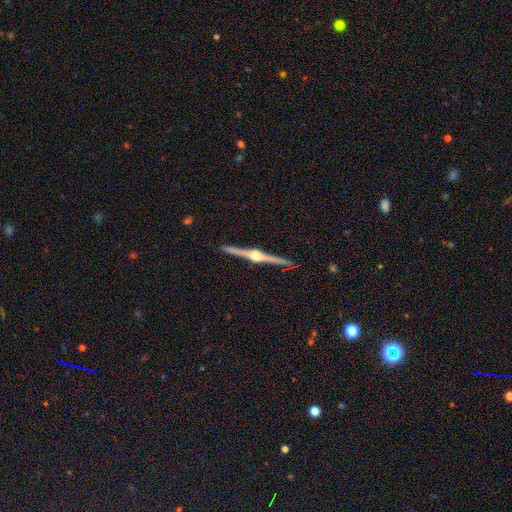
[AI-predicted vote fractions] smooth_or_featured: featured or disk (p=0.89) [alt: smooth p=0.06]
disk_edge_on: yes (p=0.99) [alt: no p=0.01]
edge_on_bulge: rounded (p=0.95) [alt: boxy p=0.03]
merging: none (p=0.93) [alt: minor disturbance p=0.05]